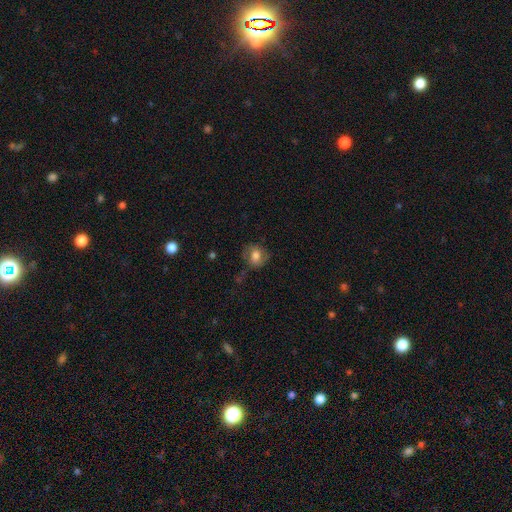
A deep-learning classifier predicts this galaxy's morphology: A smooth galaxy with no disk features (69%) that is round (61%).

Vote fractions:
- Smooth or featured? smooth: 69% / featured or disk: 22% / star or artifact: 9%
- How rounded? round: 61% / in between: 38% / cigar-shaped: 1%
- Merging? none: 59% / minor disturbance: 25% / major disturbance: 14% / merger: 3%